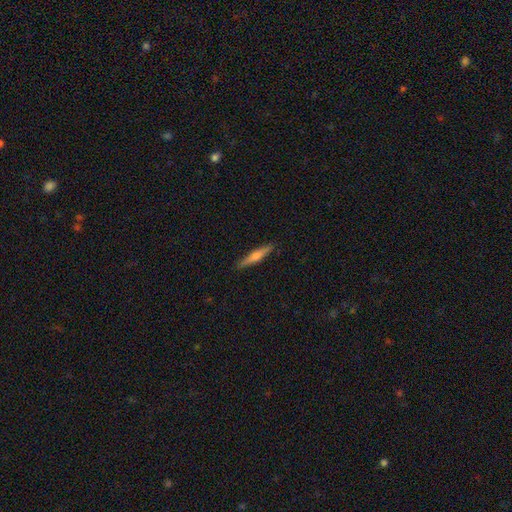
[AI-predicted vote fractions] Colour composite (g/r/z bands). It shows a featured or disk galaxy (50%). Merging: none (91%).